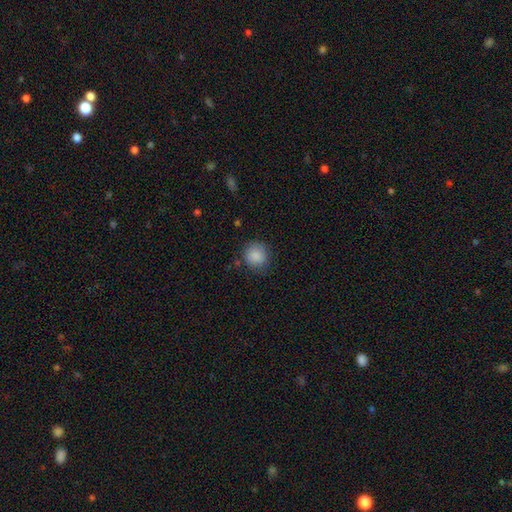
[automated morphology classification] This is clearly a smooth galaxy (87%). How rounded: clearly round (87%). Merging: clearly none (80%).